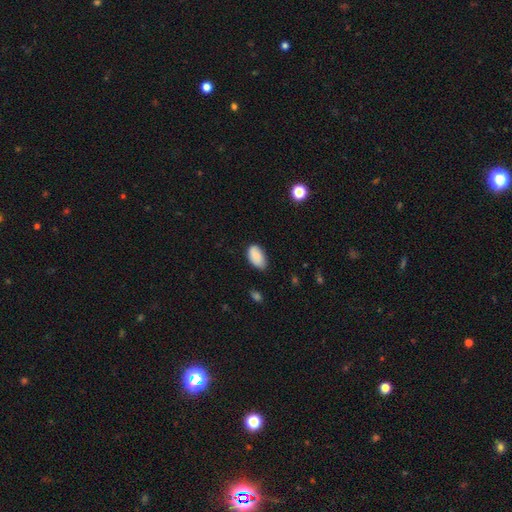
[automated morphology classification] The model was most divided on "merging": none: 66%, minor disturbance: 29%, major disturbance: 4%, merger: 2%. More confident: how rounded — in between (94%); smooth or featured — smooth (83%).